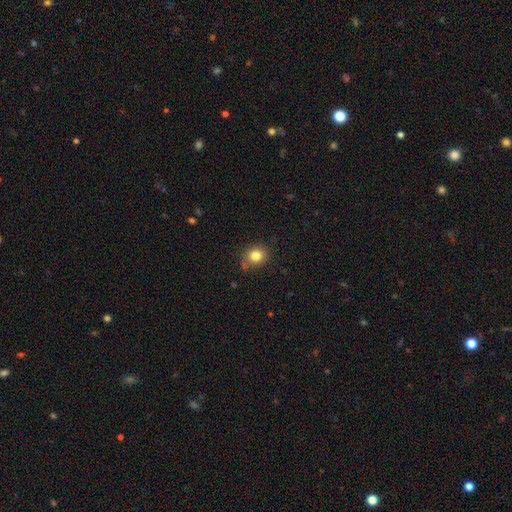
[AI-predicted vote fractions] A smooth galaxy with no disk features (81%) that is round (72%). Merging: none (79%).